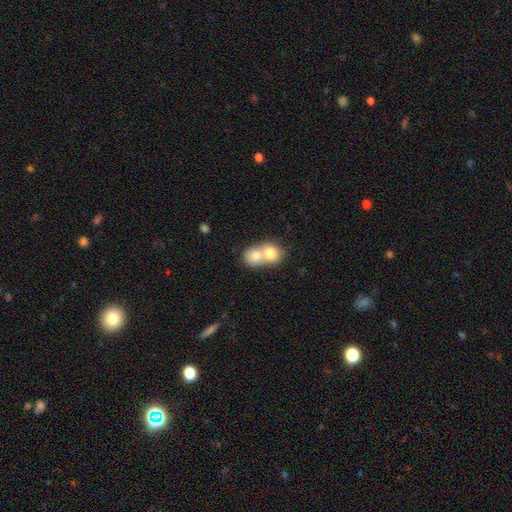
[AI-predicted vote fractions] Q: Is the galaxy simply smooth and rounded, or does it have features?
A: smooth — 73%.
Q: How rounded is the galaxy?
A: round — 64%.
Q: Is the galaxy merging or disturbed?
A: merger — 77%.